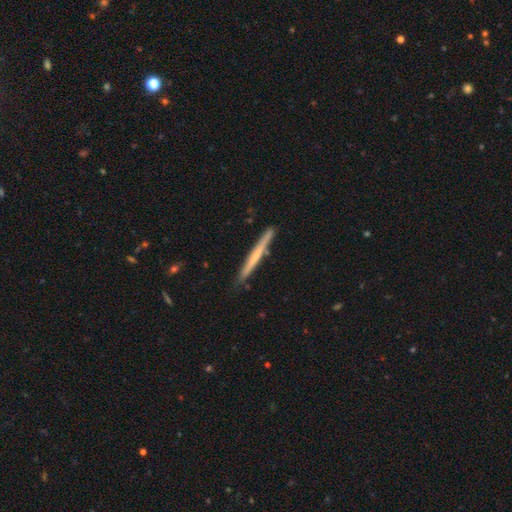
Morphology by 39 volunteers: Overall: featured or disk (46%; smooth 44%). Edge-on disk: yes (100%). Edge-on bulge: none (56%; rounded 44%). Merging: none (80%).